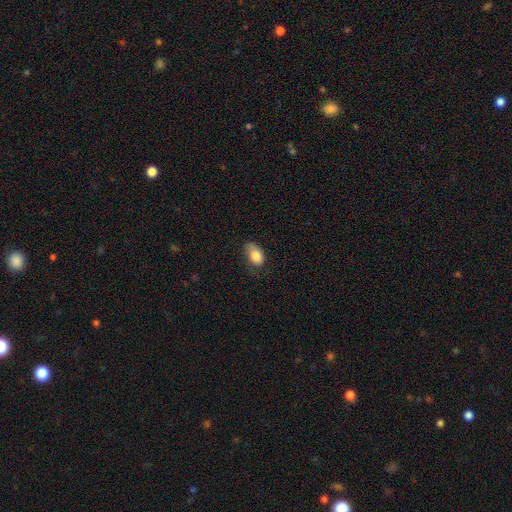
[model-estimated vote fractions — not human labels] smooth_or_featured: smooth (p=0.83) [alt: featured or disk p=0.10]
how_rounded: in between (p=0.89) [alt: round p=0.09]
merging: none (p=0.56) [alt: minor disturbance p=0.32]